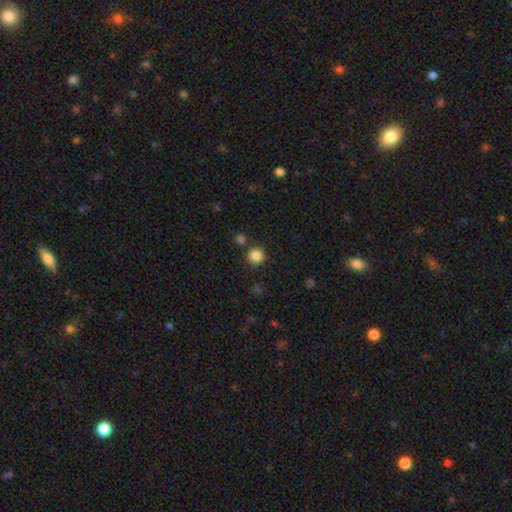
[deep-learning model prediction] A smooth galaxy with no disk features (84%) that is round (94%). Merging: none (85%).